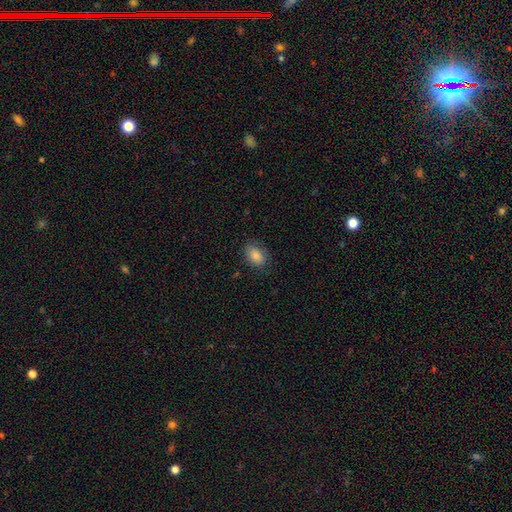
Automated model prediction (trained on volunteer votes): This is clearly a smooth galaxy (84%). How rounded: clearly in between (82%). Merging: likely none (77%).